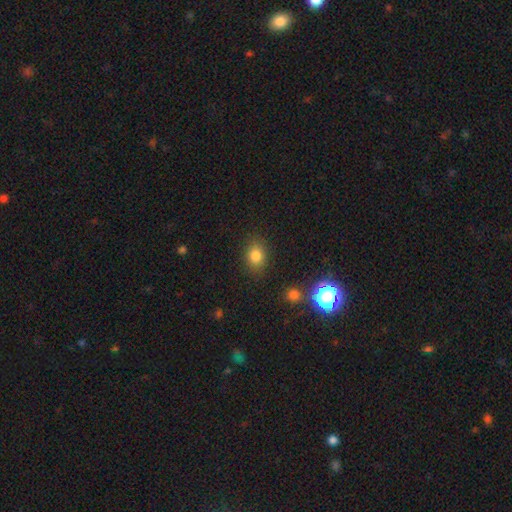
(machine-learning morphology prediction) smooth_or_featured: smooth (p=0.81) [alt: star or artifact p=0.13]
how_rounded: in between (p=0.55) [alt: round p=0.44]
merging: none (p=0.84) [alt: minor disturbance p=0.10]